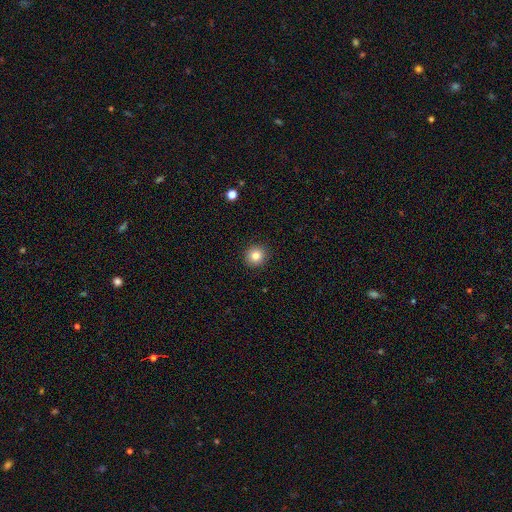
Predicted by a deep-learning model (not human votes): smooth-or-featured: smooth: 82% | star or artifact: 11% | featured or disk: 7%
  how-rounded: round: 92% | in between: 7% | cigar-shaped: 1%
  merging: none: 92% | minor disturbance: 5% | major disturbance: 2% | merger: 1%